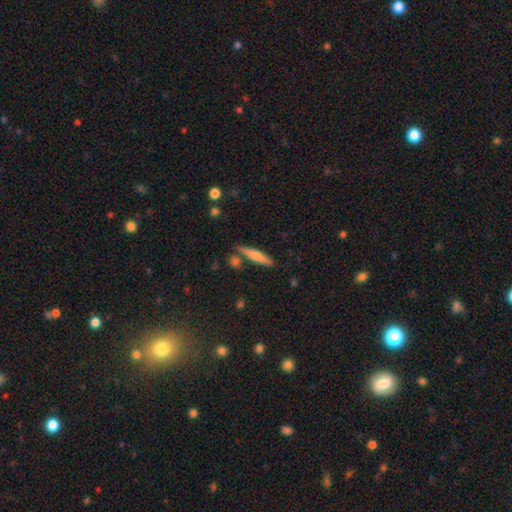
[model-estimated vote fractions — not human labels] A smooth galaxy with no disk features (65%) that is cigar-shaped (87%).

Vote fractions:
- Smooth or featured? smooth: 65% / featured or disk: 29% / star or artifact: 6%
- How rounded? cigar-shaped: 87% / in between: 12% / round: 2%
- Merging? none: 79% / minor disturbance: 11% / merger: 7% / major disturbance: 3%